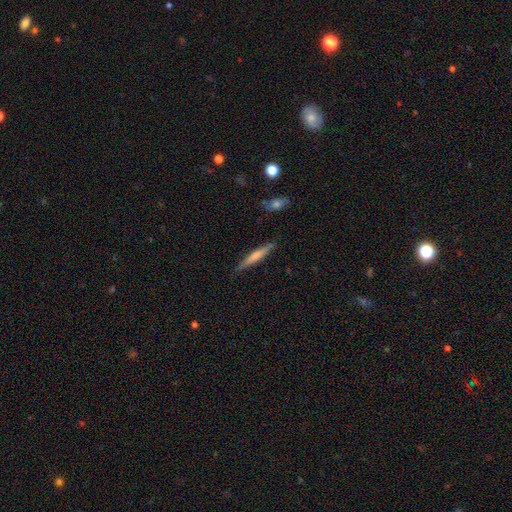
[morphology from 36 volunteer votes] Smooth or featured? 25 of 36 (69%) said smooth. How rounded? 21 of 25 (84%) said cigar-shaped. Merging? 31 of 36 (86%) said none.